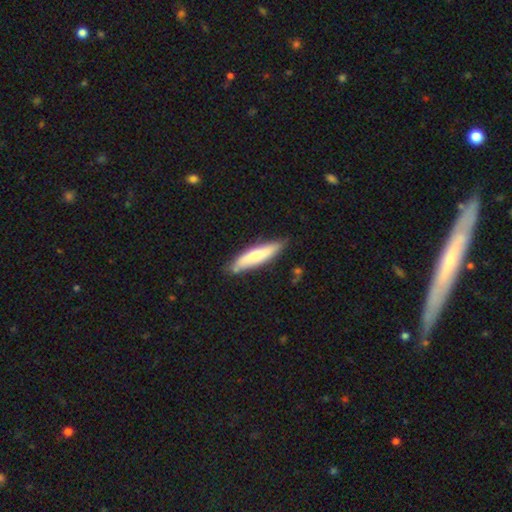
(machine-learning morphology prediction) The model was most divided on "smooth or featured": smooth: 65%, featured or disk: 30%, star or artifact: 5%. More confident: how rounded — cigar-shaped (80%); merging — none (77%).